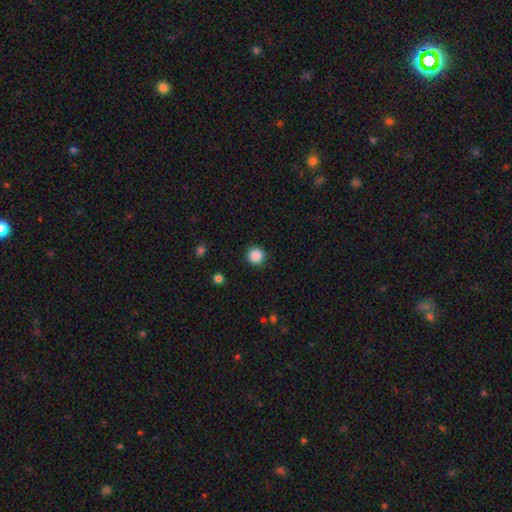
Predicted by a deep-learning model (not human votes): Overall: smooth (87%). How rounded: round (95%). Merging: none (91%).